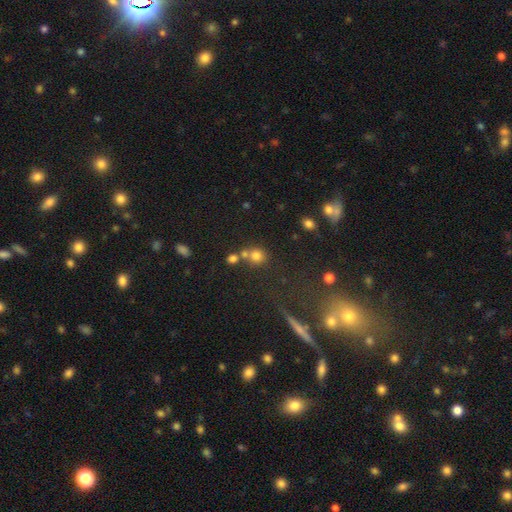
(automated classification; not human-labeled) The model was most divided on "merging": none: 52%, merger: 36%, minor disturbance: 8%, major disturbance: 4%. More confident: how rounded — round (86%); smooth or featured — smooth (71%).